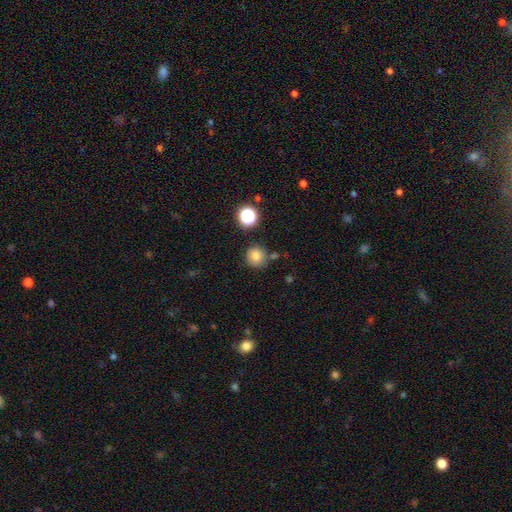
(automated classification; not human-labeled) Smooth or featured: smooth — 79% (star or artifact — 13%)
How rounded: round — 92% (in between — 7%)
Merging: none — 80% (minor disturbance — 11%)